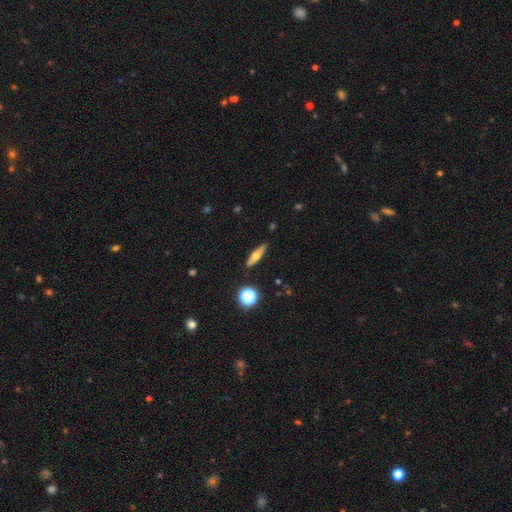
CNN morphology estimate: Q: Smooth or featured?
A: smooth (49%); runner-up: featured or disk (42%)
Q: Merging?
A: none (88%); runner-up: minor disturbance (8%)